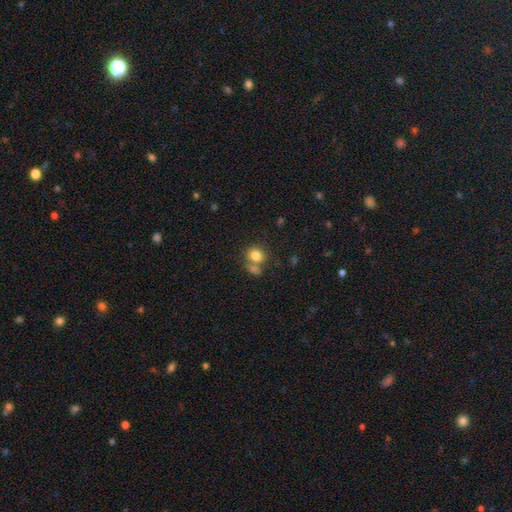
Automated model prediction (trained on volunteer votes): Q: Smooth or featured?
A: smooth (81%); runner-up: star or artifact (10%)
Q: How rounded?
A: round (69%); runner-up: in between (30%)
Q: Merging?
A: none (51%); runner-up: merger (33%)